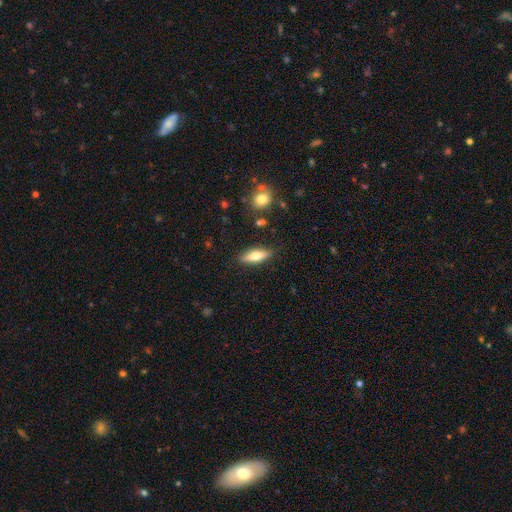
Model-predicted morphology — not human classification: Smooth or featured? smooth (57%)
How rounded? cigar-shaped (52%)
Merging? none (86%)